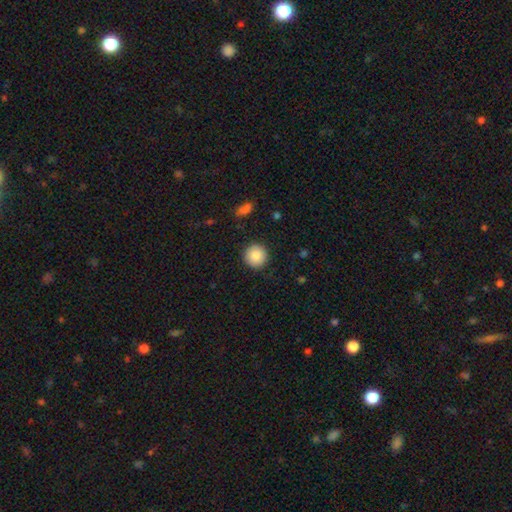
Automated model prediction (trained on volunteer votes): smooth_or_featured: smooth (p=0.87) [alt: star or artifact p=0.08]
how_rounded: round (p=0.95) [alt: in between p=0.04]
merging: none (p=0.91) [alt: minor disturbance p=0.06]